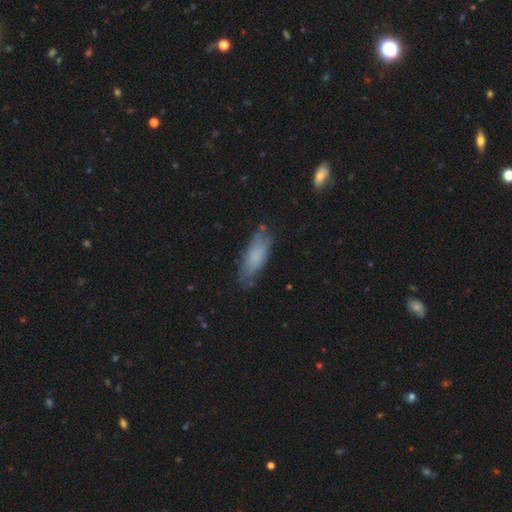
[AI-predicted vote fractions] smooth 76%, featured or disk 17%, star or artifact 7%. Down the decision tree: how rounded — in between (62%); merging — none (70%).